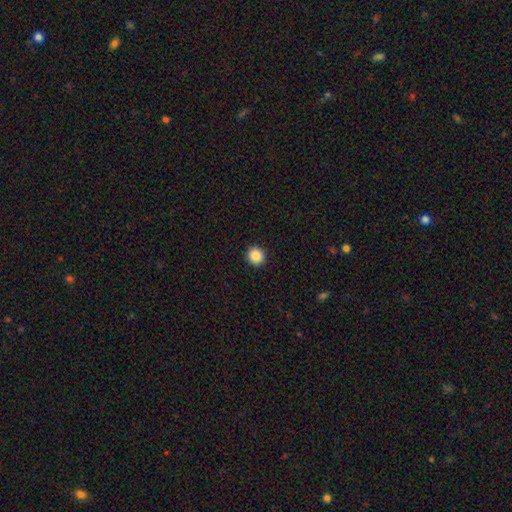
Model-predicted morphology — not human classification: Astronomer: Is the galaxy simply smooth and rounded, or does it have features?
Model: smooth — 88%.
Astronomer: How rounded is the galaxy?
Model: round — 92%.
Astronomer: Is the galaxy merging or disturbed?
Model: none — 92%.